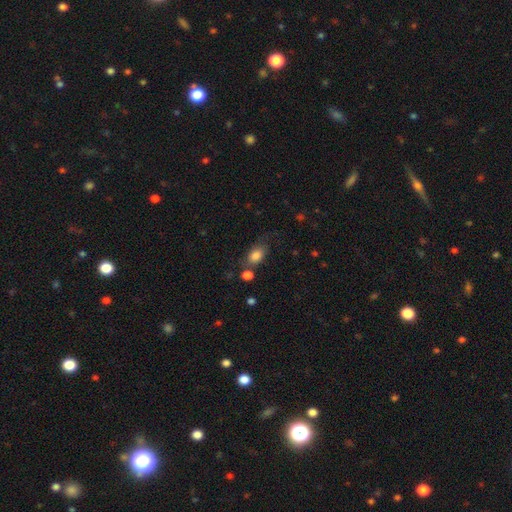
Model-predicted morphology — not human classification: This appears to be a smooth galaxy with no disk features (82%) that is in between round and cigar-shaped (81%). Merging: none (55%).